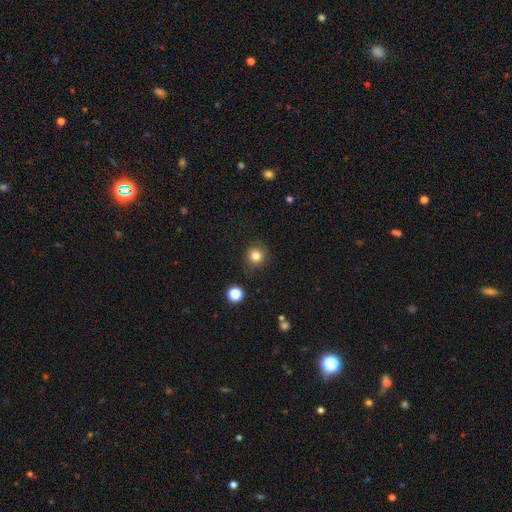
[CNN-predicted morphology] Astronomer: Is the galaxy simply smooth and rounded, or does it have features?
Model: smooth — 81%.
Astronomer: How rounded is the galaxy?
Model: round — 89%.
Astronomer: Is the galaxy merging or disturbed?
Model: none — 86%.